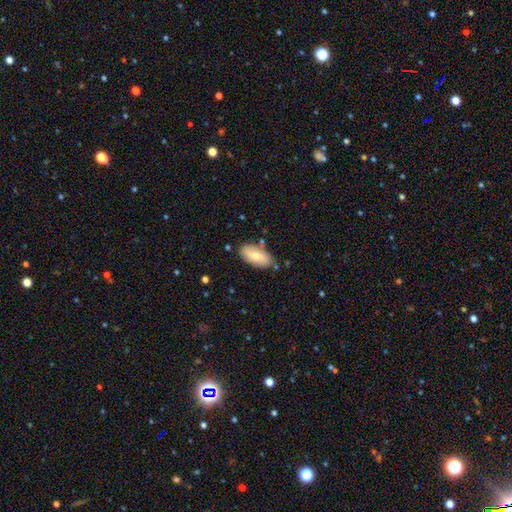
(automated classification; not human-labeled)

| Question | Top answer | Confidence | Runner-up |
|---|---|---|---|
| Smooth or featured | smooth | 70% | featured or disk (23%) |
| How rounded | in between | 91% | cigar-shaped (7%) |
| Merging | none | 79% | minor disturbance (14%) |